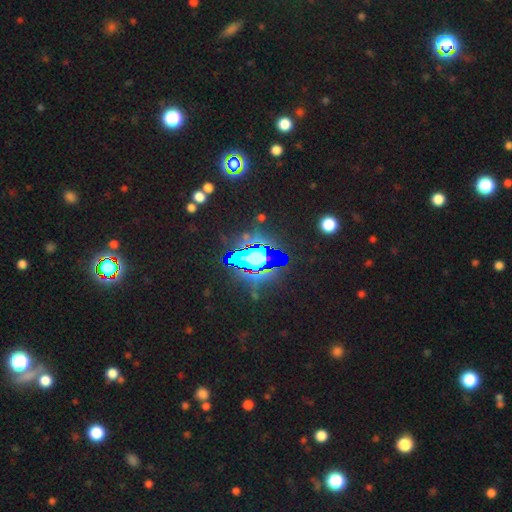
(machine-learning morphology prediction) A star or artifact, not a galaxy (80%).

Vote fractions:
- Smooth or featured? star or artifact: 80% / smooth: 11% / featured or disk: 9%